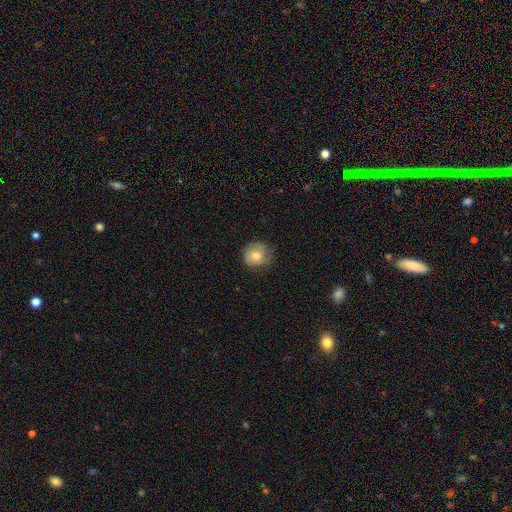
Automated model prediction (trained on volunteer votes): Morphology: type=smooth (71%); roundness=round (89%); merging=none (71%).